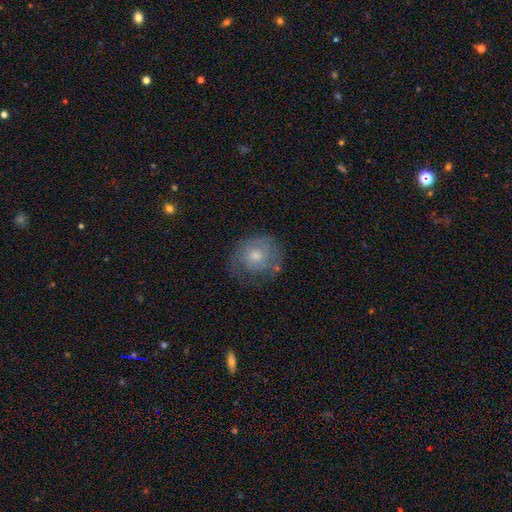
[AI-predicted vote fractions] The model was most divided on "smooth or featured": featured or disk: 46%, smooth: 44%, star or artifact: 10%. More confident: merging — none (64%).